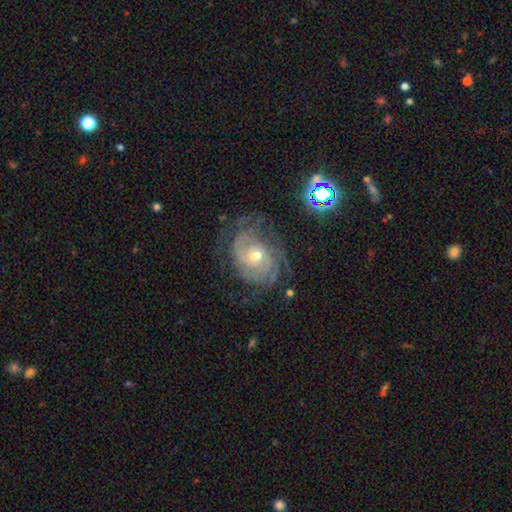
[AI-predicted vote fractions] A featured or disk galaxy (84%) with no bar (61%), tight (63%) spiral arms (93%) and a moderate central bulge (53%). Merging: none (60%).